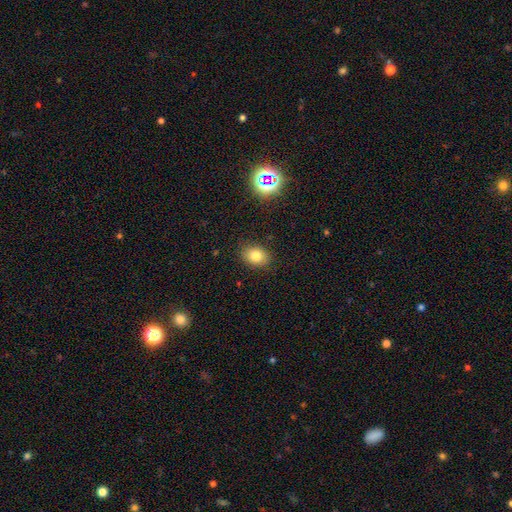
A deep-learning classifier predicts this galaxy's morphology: The model was most divided on "how rounded": in between: 62%, round: 37%, cigar-shaped: 1%. More confident: merging — none (86%); smooth or featured — smooth (80%).